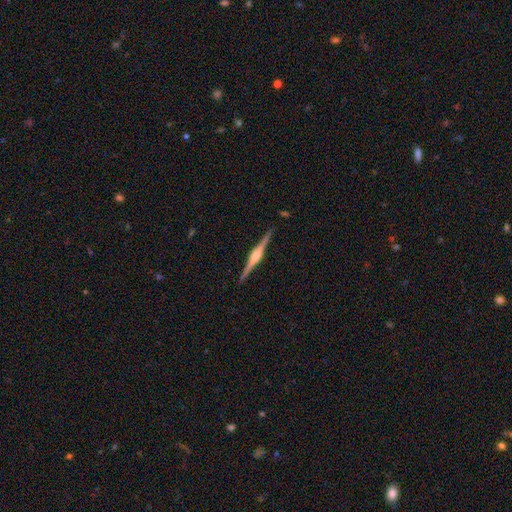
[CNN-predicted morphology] This appears to be a featured or disk galaxy (86%) viewed edge-on (99%) with a rounded central bulge (80%). Merging: none (92%).